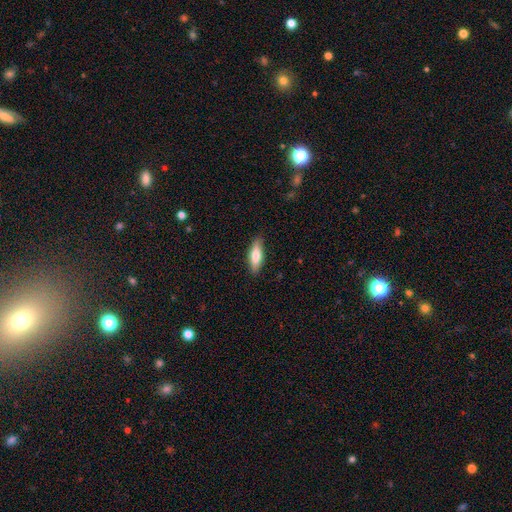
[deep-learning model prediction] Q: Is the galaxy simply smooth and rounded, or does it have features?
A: smooth — 73%.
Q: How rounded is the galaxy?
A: in between — 56%.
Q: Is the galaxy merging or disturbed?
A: none — 85%.